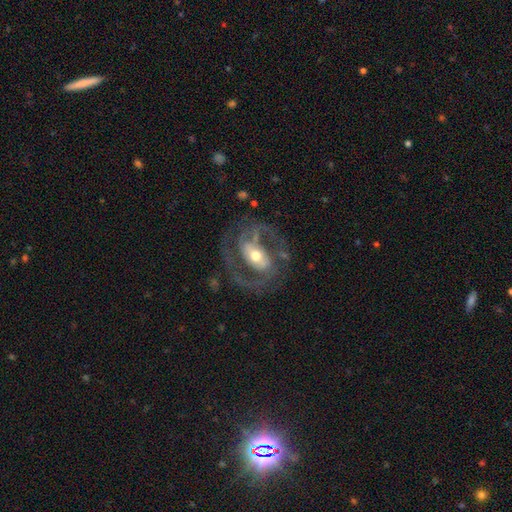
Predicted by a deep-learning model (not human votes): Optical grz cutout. It shows a featured or disk galaxy (87%) with a weak bar (36%, tied with strong), 2 (84%) medium (55%) spiral arms (90%) and a moderate central bulge (68%). Merging: none (68%).